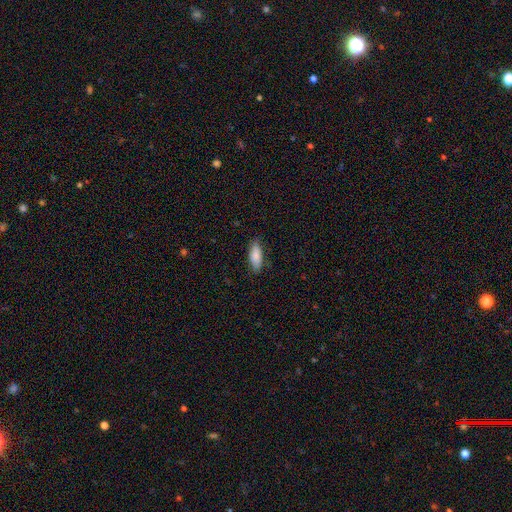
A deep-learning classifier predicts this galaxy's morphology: This is clearly a smooth galaxy (83%). How rounded: likely in between (75%). Merging: likely none (80%).